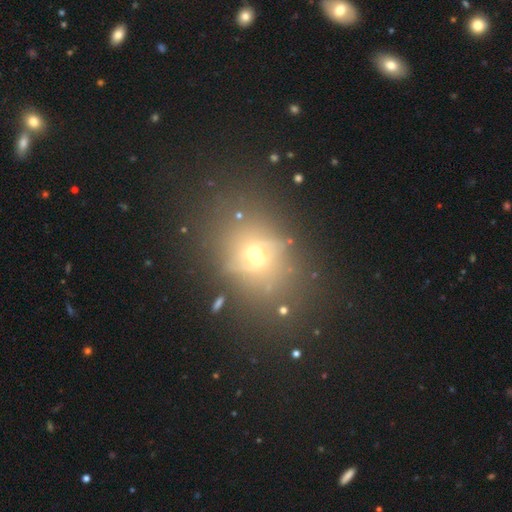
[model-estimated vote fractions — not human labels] A smooth galaxy with no disk features (52%) that is in between round and cigar-shaped (50%). Merging: none (75%).